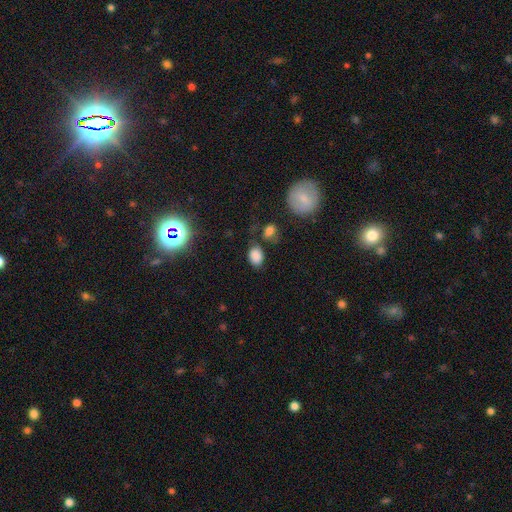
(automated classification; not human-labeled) The model was most divided on "merging": none: 69%, minor disturbance: 18%, merger: 7%, major disturbance: 6%. More confident: smooth or featured — smooth (84%); how rounded — in between (76%).